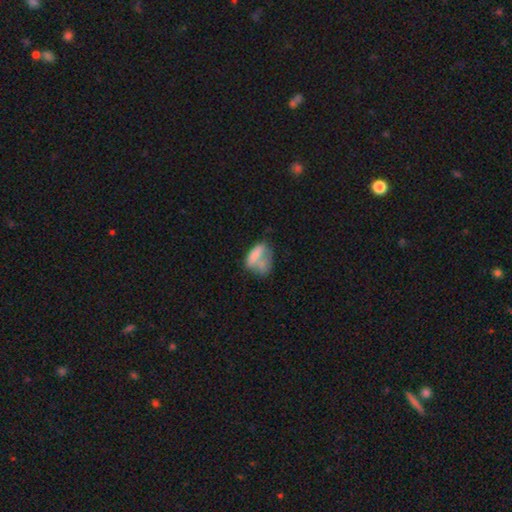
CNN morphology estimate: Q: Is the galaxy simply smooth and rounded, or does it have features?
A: smooth — 68%.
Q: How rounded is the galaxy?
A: in between — 78%.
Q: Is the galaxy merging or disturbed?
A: merger — 38%.